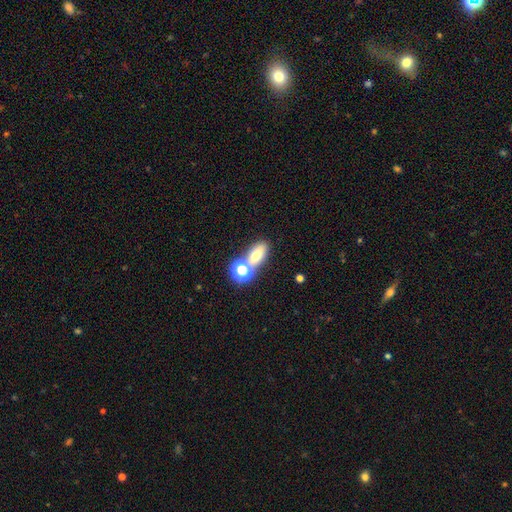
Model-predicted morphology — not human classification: This appears to be a smooth galaxy with no disk features (67%) that is in between round and cigar-shaped (72%). Merging: none (53%).